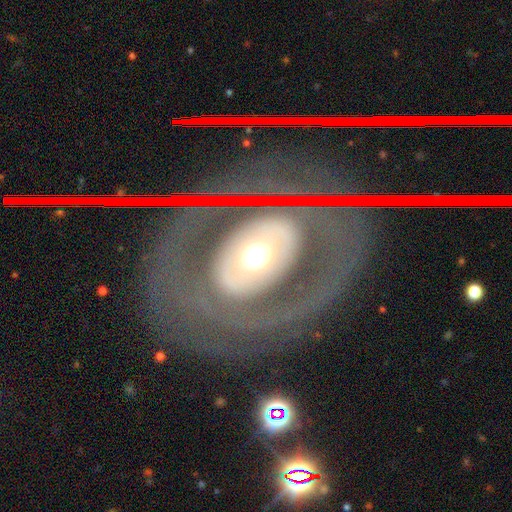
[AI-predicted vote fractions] This appears to be a featured or disk galaxy (64%) with no bar (82%), no spiral arms (69%) and a moderate central bulge (59%). Merging: none (77%).